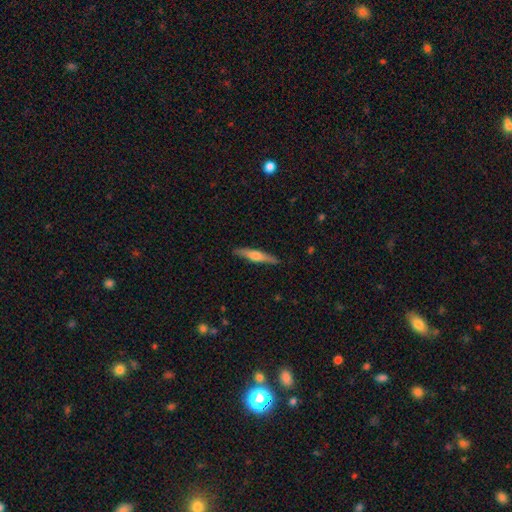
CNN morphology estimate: This is possibly a featured or disk galaxy (54%). It is clearly viewed edge-on (96%). Edge-on bulge: clearly rounded (87%). Merging: clearly none (89%).